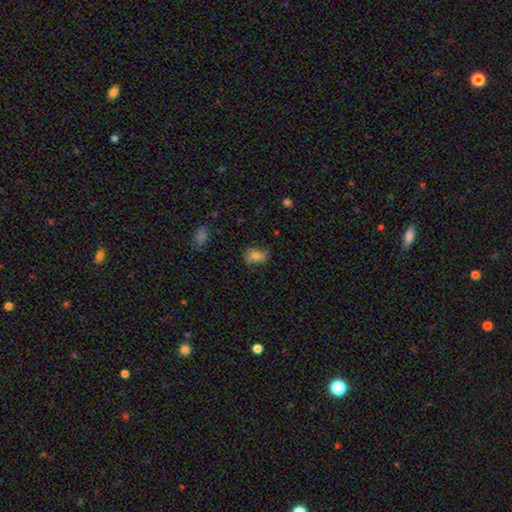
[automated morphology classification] Smooth or featured: smooth — 77% (featured or disk — 12%)
How rounded: in between — 77% (round — 22%)
Merging: none — 69% (minor disturbance — 24%)